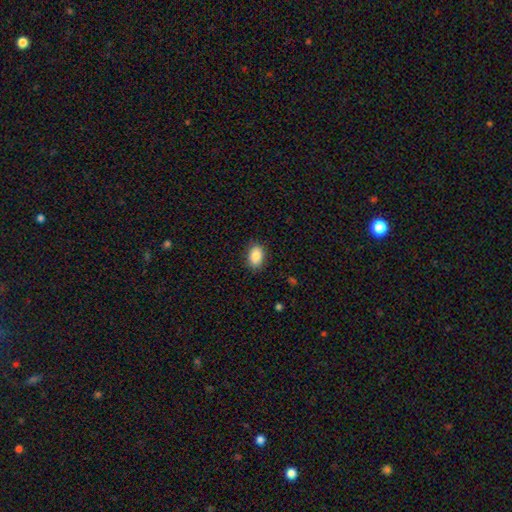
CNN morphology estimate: This is clearly a smooth galaxy (88%). How rounded: clearly in between (84%). Merging: clearly none (86%).